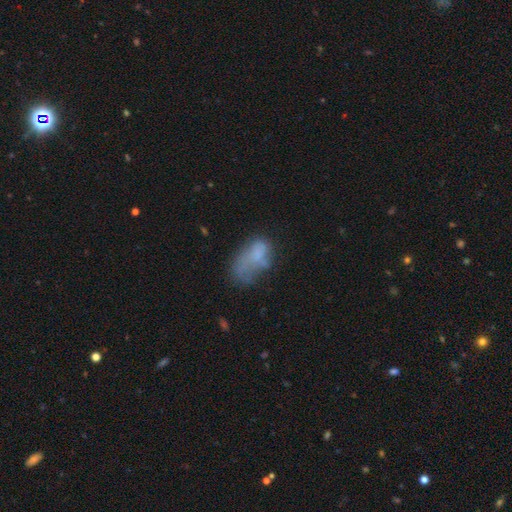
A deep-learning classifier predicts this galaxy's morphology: smooth_or_featured: smooth (p=0.60) [alt: featured or disk p=0.27]
how_rounded: in between (p=0.89) [alt: round p=0.07]
merging: major disturbance (p=0.36) [alt: minor disturbance p=0.27]